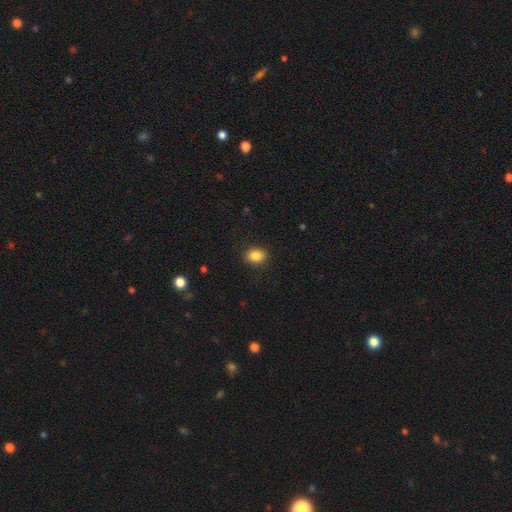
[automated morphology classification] Q: Smooth or featured?
A: smooth (86%); runner-up: star or artifact (10%)
Q: How rounded?
A: in between (53%); runner-up: round (46%)
Q: Merging?
A: none (89%); runner-up: minor disturbance (8%)